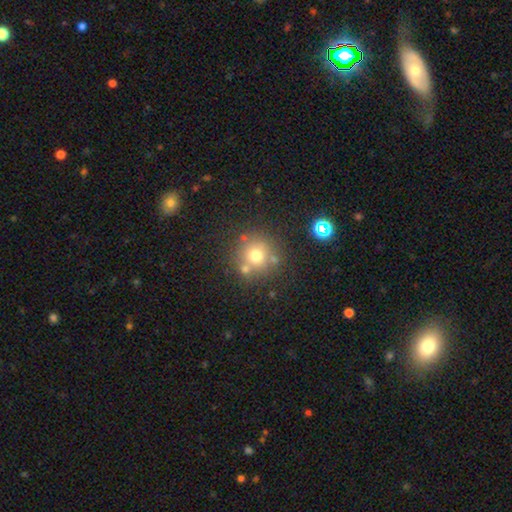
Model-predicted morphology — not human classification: A smooth galaxy with no disk features (68%) that is round (92%). Merging: none (71%).